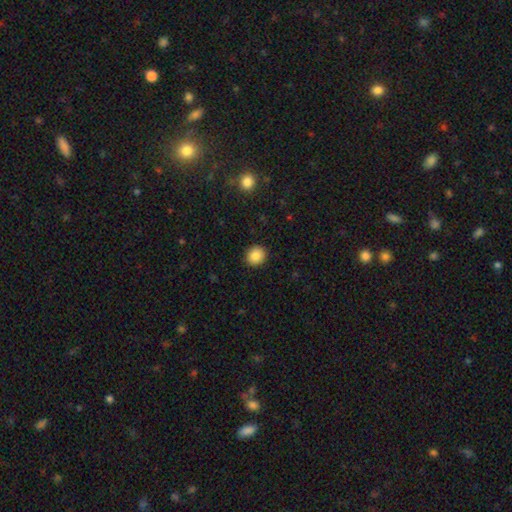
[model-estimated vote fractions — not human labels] Overall: smooth (87%). How rounded: round (82%). Merging: none (92%).